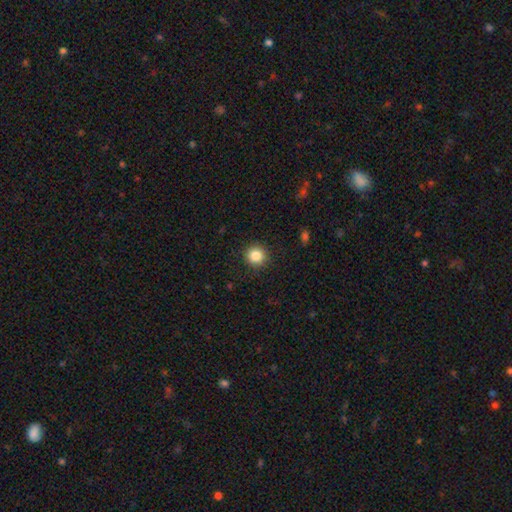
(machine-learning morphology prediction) The model was most divided on "smooth or featured": smooth: 85%, star or artifact: 10%, featured or disk: 5%. More confident: how rounded — round (93%); merging — none (91%).